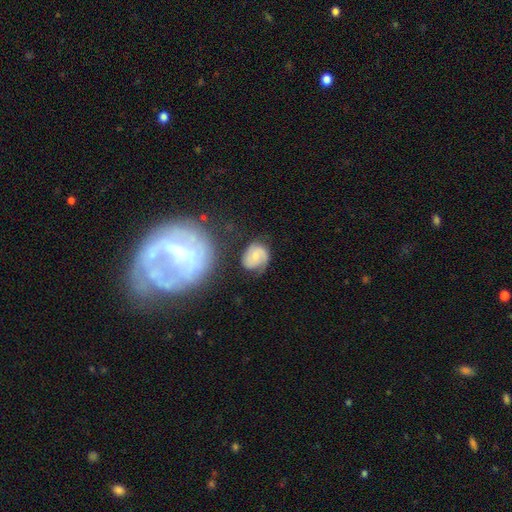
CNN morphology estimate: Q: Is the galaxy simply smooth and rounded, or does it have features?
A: featured or disk — 58%.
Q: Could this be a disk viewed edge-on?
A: no — 97%.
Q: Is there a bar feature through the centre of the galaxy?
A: no — 59%.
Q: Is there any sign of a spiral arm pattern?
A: yes — 89%.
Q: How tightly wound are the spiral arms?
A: tight — 42%.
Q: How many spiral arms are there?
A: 2 — 62%.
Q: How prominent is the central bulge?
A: small — 56%.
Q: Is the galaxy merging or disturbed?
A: none — 60%.